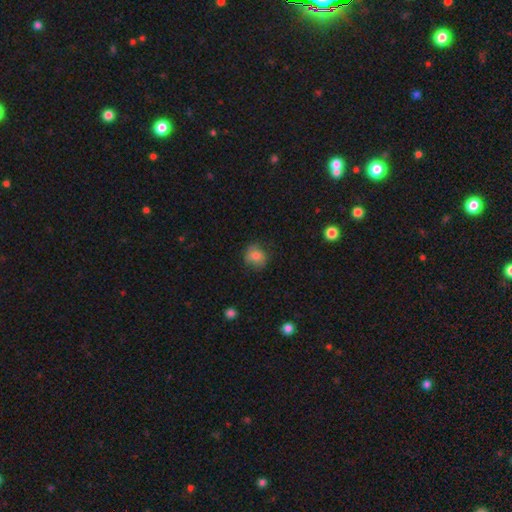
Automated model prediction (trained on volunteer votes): Smooth or featured: smooth — 76% (featured or disk — 14%)
How rounded: round — 79% (in between — 21%)
Merging: none — 71% (minor disturbance — 21%)